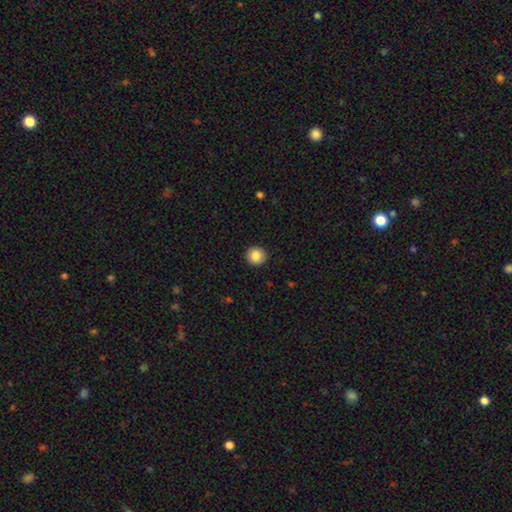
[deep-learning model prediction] Overall: smooth (86%). How rounded: round (94%). Merging: none (93%).